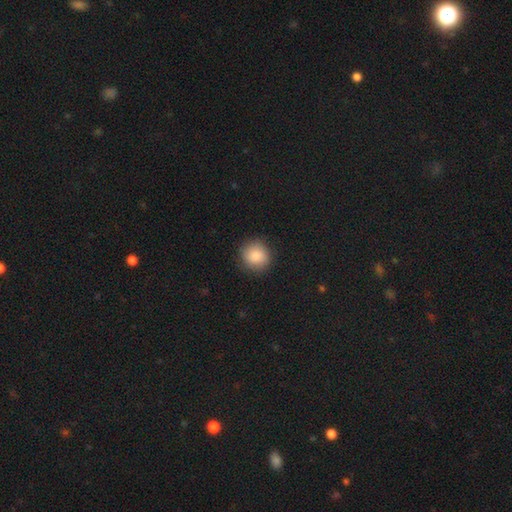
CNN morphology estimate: A smooth galaxy with no disk features (88%) that is round (89%). Merging: none (88%).